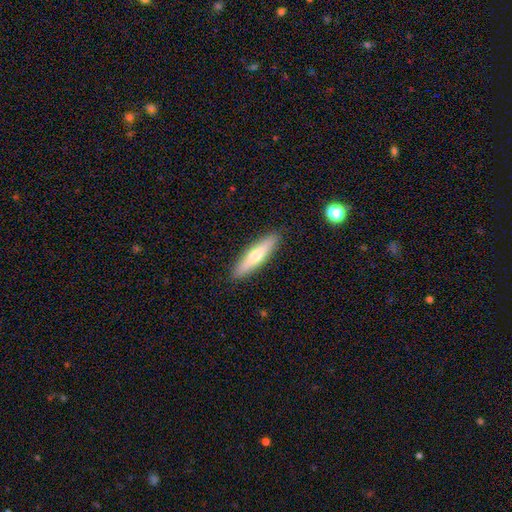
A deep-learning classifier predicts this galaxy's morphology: This is possibly a smooth galaxy (54%). How rounded: clearly cigar-shaped (82%). Merging: clearly none (90%).